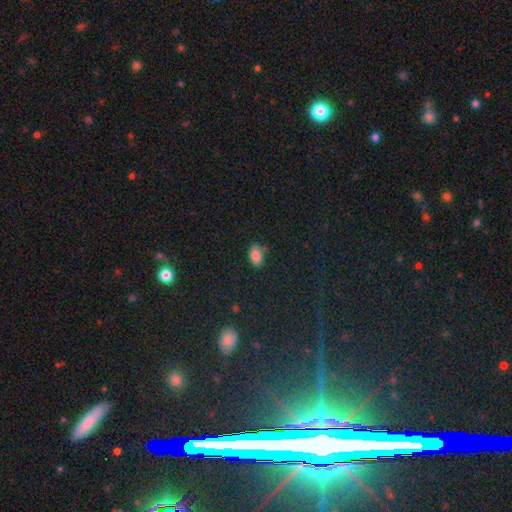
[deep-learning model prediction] Morphology: type=smooth (82%); roundness=in between (91%); merging=none (66%).